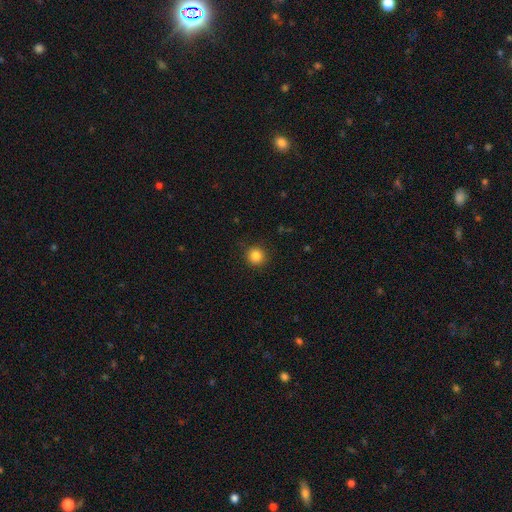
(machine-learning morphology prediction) A smooth galaxy with no disk features (85%) that is round (94%). Merging: none (90%).